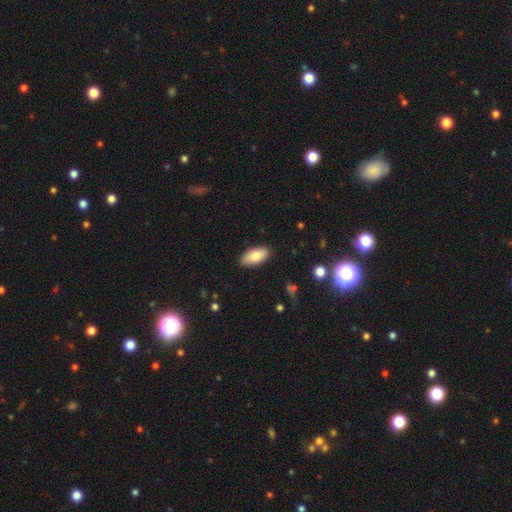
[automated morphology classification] Q: Smooth or featured?
A: smooth (81%); runner-up: featured or disk (12%)
Q: How rounded?
A: in between (92%); runner-up: cigar-shaped (6%)
Q: Merging?
A: none (87%); runner-up: minor disturbance (10%)